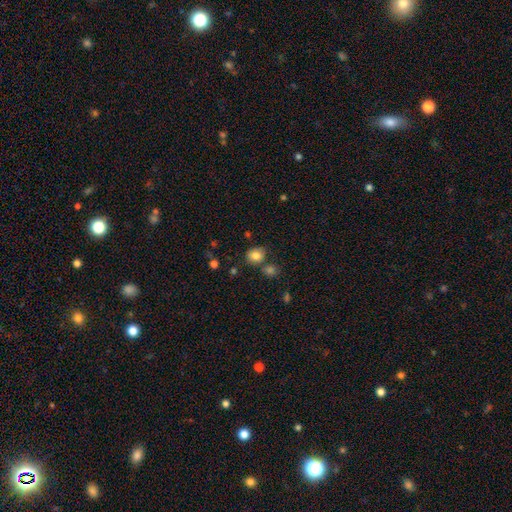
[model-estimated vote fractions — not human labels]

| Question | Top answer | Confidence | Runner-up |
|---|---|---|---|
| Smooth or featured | smooth | 81% | star or artifact (10%) |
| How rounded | round | 57% | in between (42%) |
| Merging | none | 71% | minor disturbance (14%) |